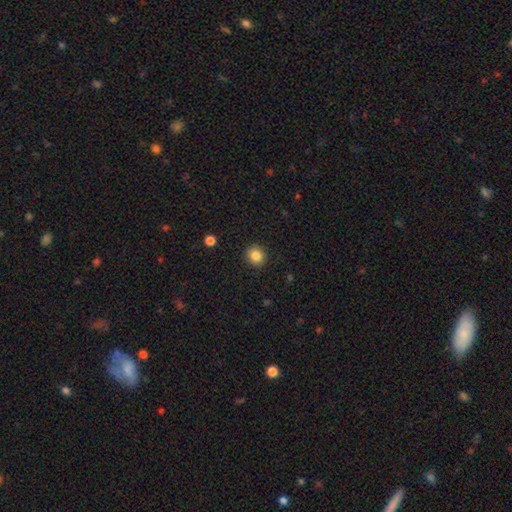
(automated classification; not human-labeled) smooth_or_featured: smooth (p=0.84) [alt: star or artifact p=0.10]
how_rounded: round (p=0.90) [alt: in between p=0.09]
merging: none (p=0.92) [alt: minor disturbance p=0.05]